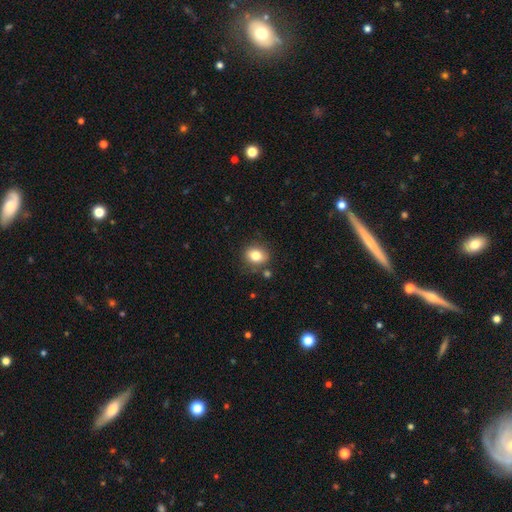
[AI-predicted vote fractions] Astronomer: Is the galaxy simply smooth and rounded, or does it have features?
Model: smooth — 81%.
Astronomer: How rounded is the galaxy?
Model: round — 56% (runner-up: in between, 43%).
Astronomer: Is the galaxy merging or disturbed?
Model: none — 81%.